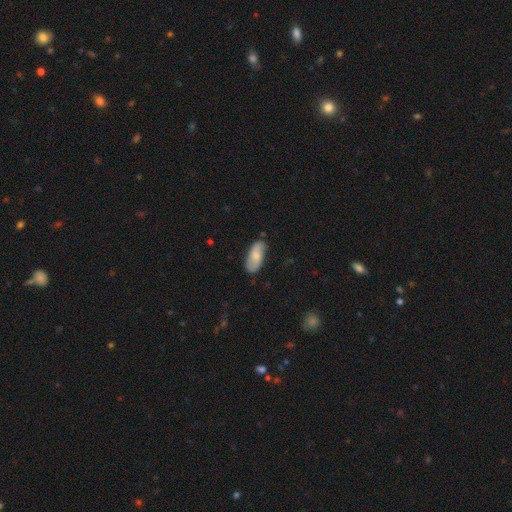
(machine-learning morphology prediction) This is likely a smooth galaxy (65%). How rounded: clearly in between (87%). Merging: likely none (75%).